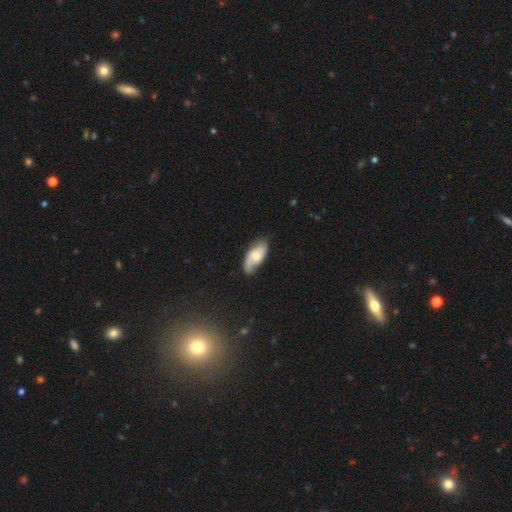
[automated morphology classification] A featured or disk galaxy (47%, tied with smooth).

Vote fractions:
- Smooth or featured? featured or disk: 47% (tied) / smooth: 47% (tied) / star or artifact: 6%
- Merging? none: 67% / minor disturbance: 25% / major disturbance: 7% / merger: 2%